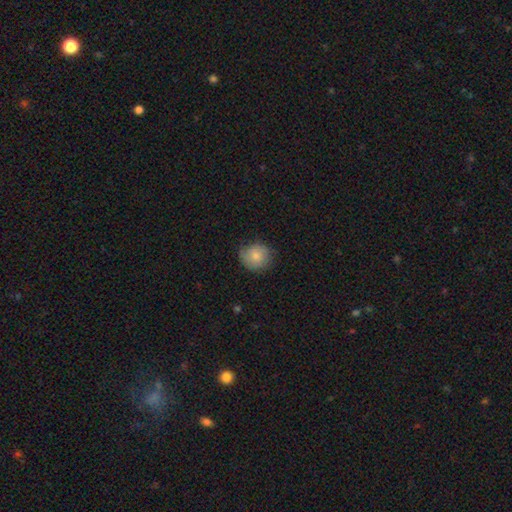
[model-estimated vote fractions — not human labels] This is likely a smooth galaxy (78%). How rounded: clearly round (85%). Merging: likely none (72%).